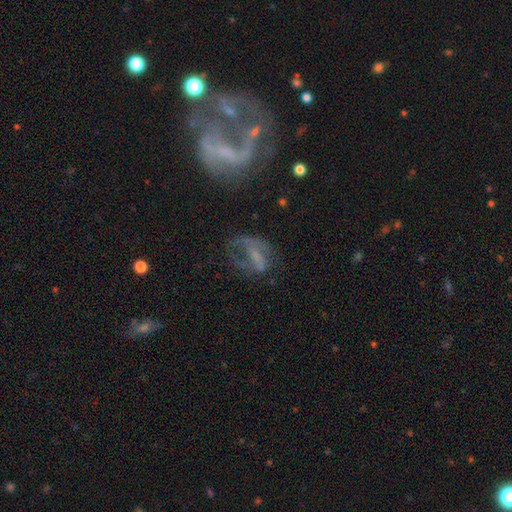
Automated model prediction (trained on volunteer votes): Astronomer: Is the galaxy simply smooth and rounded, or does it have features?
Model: featured or disk — 58%.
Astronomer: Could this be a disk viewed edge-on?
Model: no — 95%.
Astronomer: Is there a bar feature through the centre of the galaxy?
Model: weak — 37% (runner-up: no, 34%).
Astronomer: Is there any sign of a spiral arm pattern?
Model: yes — 58% (runner-up: no, 42%).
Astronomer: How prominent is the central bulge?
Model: none — 51% (runner-up: small, 31%).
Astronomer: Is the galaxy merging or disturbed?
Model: none — 37%, tied with major disturbance at 37%.